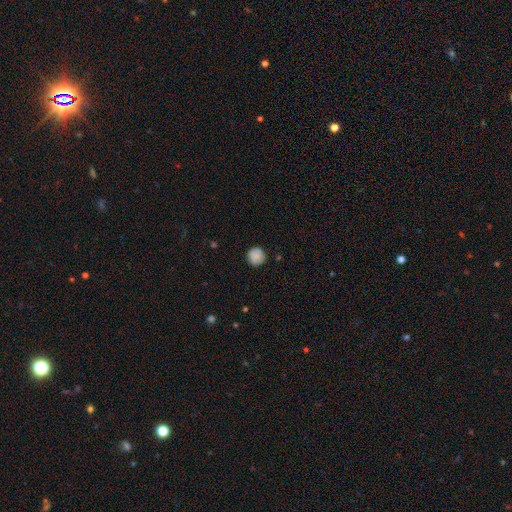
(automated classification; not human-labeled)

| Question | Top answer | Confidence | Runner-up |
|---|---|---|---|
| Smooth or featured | smooth | 84% | star or artifact (8%) |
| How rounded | round | 93% | in between (6%) |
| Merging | none | 84% | minor disturbance (13%) |